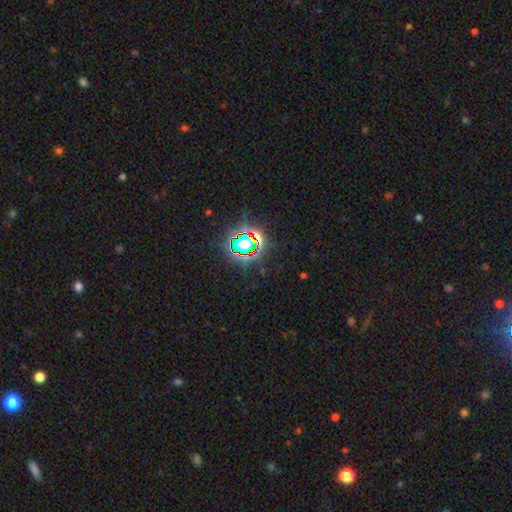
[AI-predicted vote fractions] smooth-or-featured: star or artifact: 80% | smooth: 12% | featured or disk: 7%